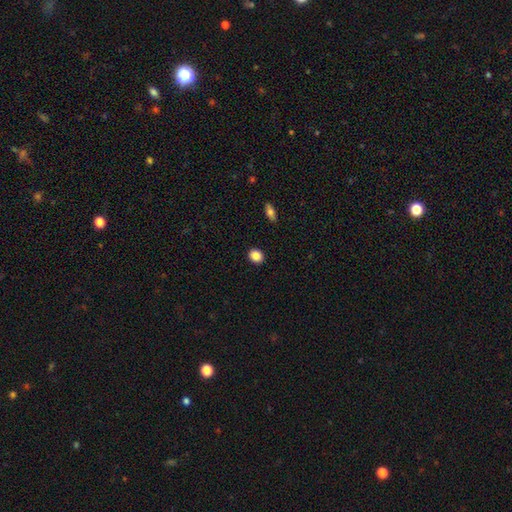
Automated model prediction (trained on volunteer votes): This is clearly a smooth galaxy (86%). How rounded: likely round (72%). Merging: clearly none (92%).